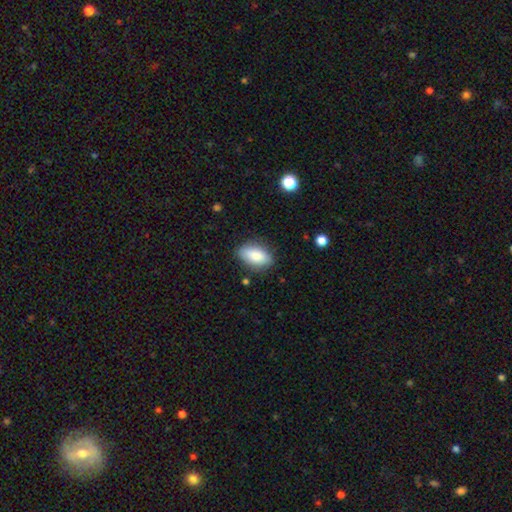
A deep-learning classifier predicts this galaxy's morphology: smooth 84%, featured or disk 10%, star or artifact 7%. Down the decision tree: how rounded — in between (91%); merging — none (82%).